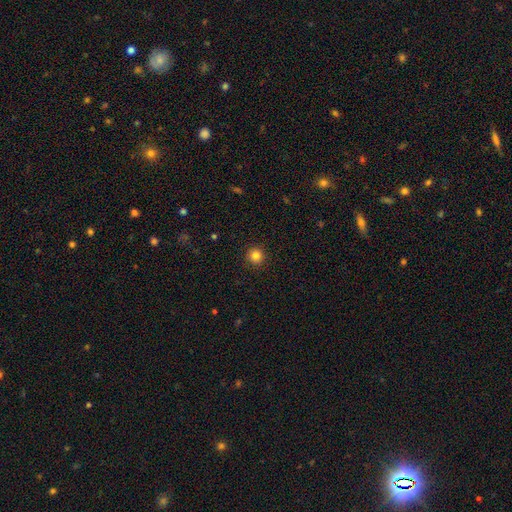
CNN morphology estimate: smooth 83%, star or artifact 12%, featured or disk 5%. Down the decision tree: how rounded — round (95%); merging — none (92%).